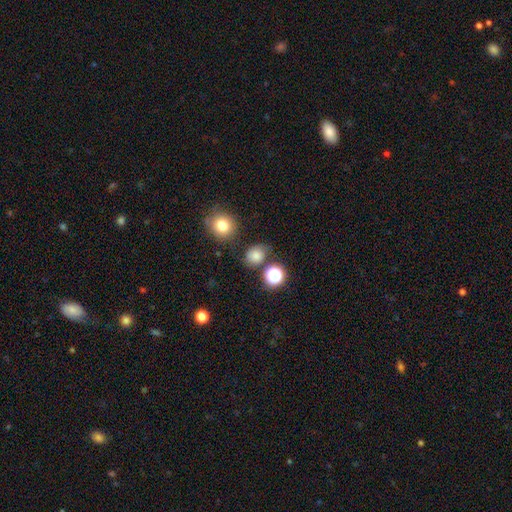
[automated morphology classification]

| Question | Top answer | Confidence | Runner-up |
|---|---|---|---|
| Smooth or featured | smooth | 74% | star or artifact (17%) |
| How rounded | round | 65% | in between (34%) |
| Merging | none | 69% | minor disturbance (18%) |